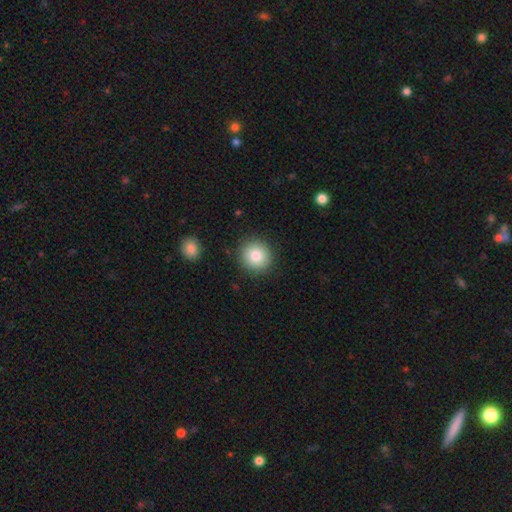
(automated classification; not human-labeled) Morphology: type=smooth (83%); roundness=round (92%); merging=none (89%).